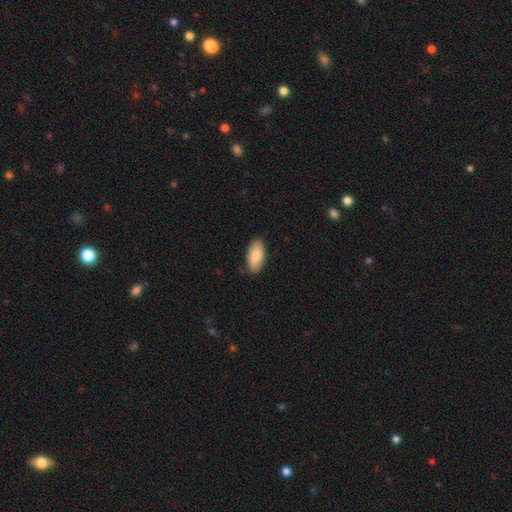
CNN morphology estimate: smooth-or-featured: smooth: 84% | featured or disk: 10% | star or artifact: 6%
  how-rounded: in between: 92% | cigar-shaped: 6% | round: 2%
  merging: none: 84% | minor disturbance: 13% | major disturbance: 2% | merger: 1%